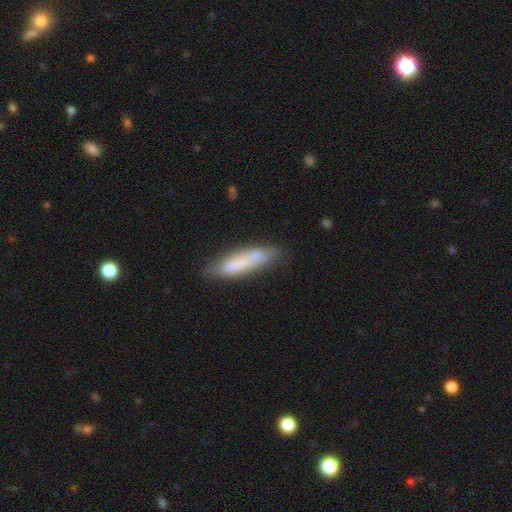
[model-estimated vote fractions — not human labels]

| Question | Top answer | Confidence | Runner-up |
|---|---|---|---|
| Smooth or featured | smooth | 67% | featured or disk (25%) |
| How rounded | cigar-shaped | 78% | in between (20%) |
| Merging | none | 67% | minor disturbance (21%) |